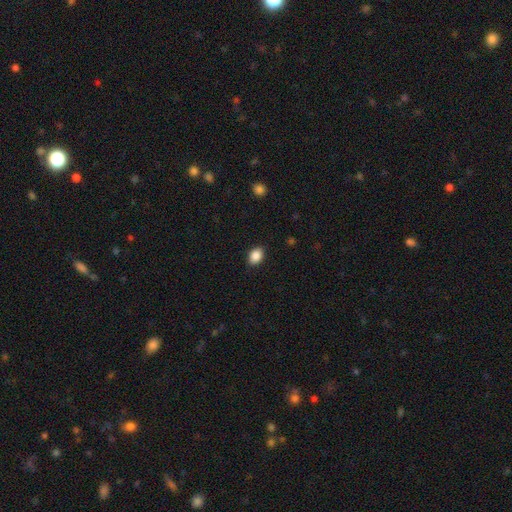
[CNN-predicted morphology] A smooth galaxy with no disk features (88%) that is in between round and cigar-shaped (77%). Merging: none (88%).